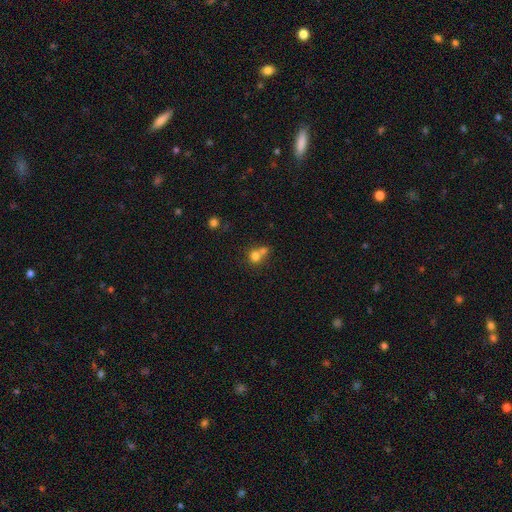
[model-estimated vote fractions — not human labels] Q: Smooth or featured?
A: smooth (75%); runner-up: star or artifact (13%)
Q: How rounded?
A: round (80%); runner-up: in between (19%)
Q: Merging?
A: merger (55%); runner-up: none (34%)